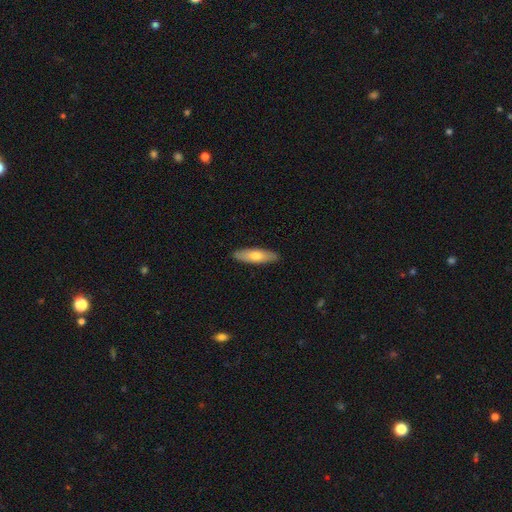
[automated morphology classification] smooth_or_featured: smooth (p=0.65) [alt: featured or disk p=0.29]
how_rounded: cigar-shaped (p=0.65) [alt: in between p=0.33]
merging: none (p=0.90) [alt: minor disturbance p=0.08]